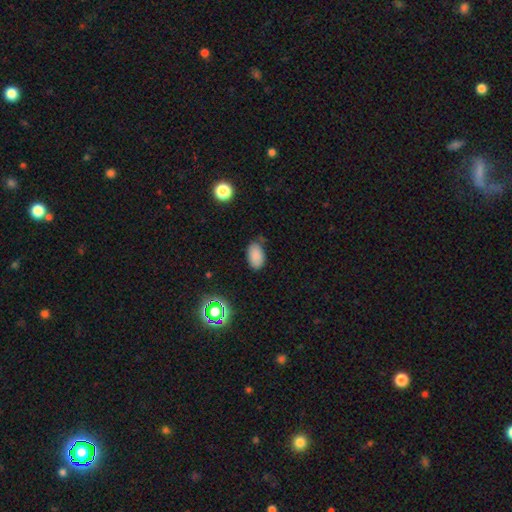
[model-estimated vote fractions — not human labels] The model was most divided on "merging": none: 72%, minor disturbance: 21%, major disturbance: 4%, merger: 3%. More confident: how rounded — in between (93%); smooth or featured — smooth (84%).